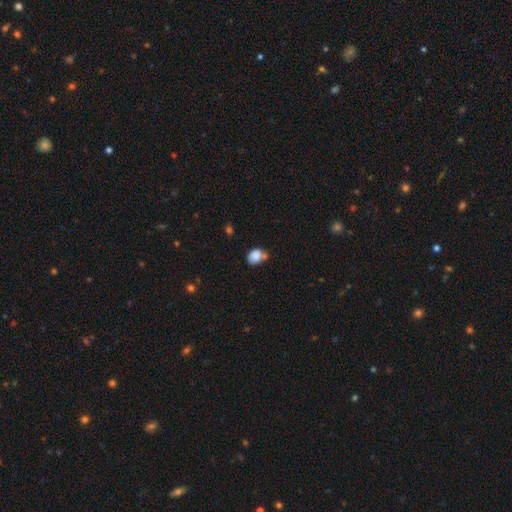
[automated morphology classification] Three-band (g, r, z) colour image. It shows a smooth galaxy with no disk features (84%) that is in between round and cigar-shaped (54%). Merging: none (47%).